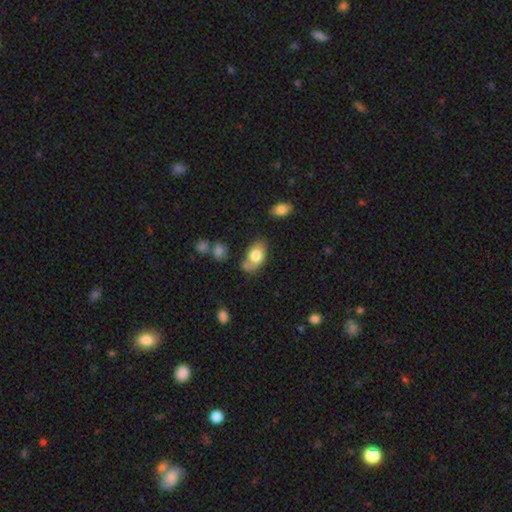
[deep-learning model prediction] A smooth galaxy with no disk features (78%) that is in between round and cigar-shaped (89%).

Vote fractions:
- Smooth or featured? smooth: 78% / featured or disk: 15% / star or artifact: 7%
- How rounded? in between: 89% / round: 10% / cigar-shaped: 1%
- Merging? none: 61% / minor disturbance: 22% / merger: 11% / major disturbance: 6%